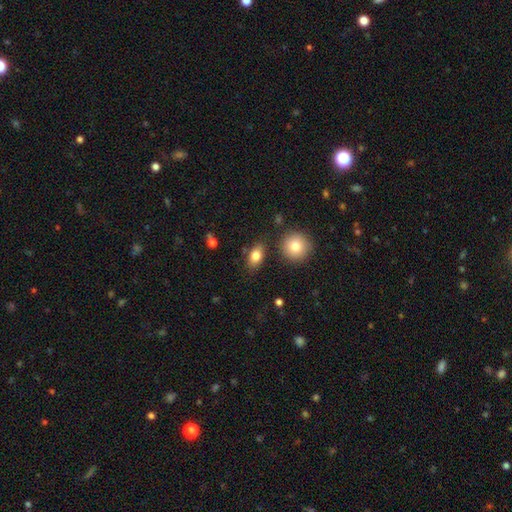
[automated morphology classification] Smooth or featured? Predicted: smooth (p=0.81). How rounded? Predicted: in between (p=0.84). Merging? Predicted: none (p=0.81).